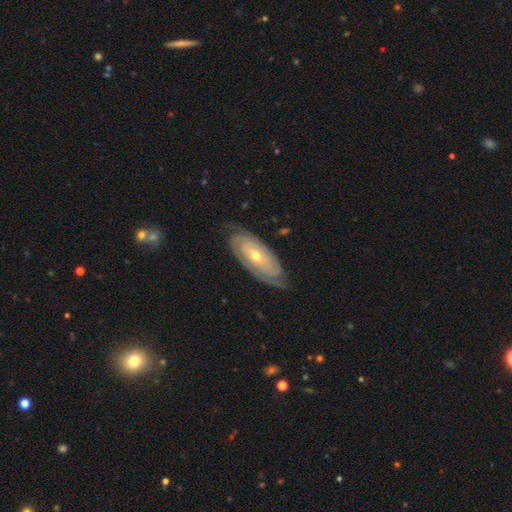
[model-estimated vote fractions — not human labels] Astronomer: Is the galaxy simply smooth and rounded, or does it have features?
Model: featured or disk — 79%.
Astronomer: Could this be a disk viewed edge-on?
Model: no — 89%.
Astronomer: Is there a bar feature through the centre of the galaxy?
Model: no — 73%.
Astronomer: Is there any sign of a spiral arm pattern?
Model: yes — 90%.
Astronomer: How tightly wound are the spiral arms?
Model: tight — 75%.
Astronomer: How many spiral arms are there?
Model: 2 — 50% (runner-up: can't tell, 32%).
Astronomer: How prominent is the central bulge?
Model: small — 50% (runner-up: moderate, 47%).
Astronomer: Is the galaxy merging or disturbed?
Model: none — 78%.